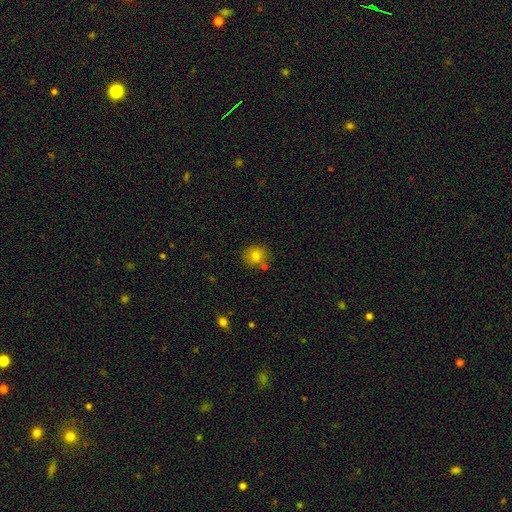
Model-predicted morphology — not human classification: This appears to be a smooth galaxy with no disk features (78%) that is round (84%). Merging: none (75%).